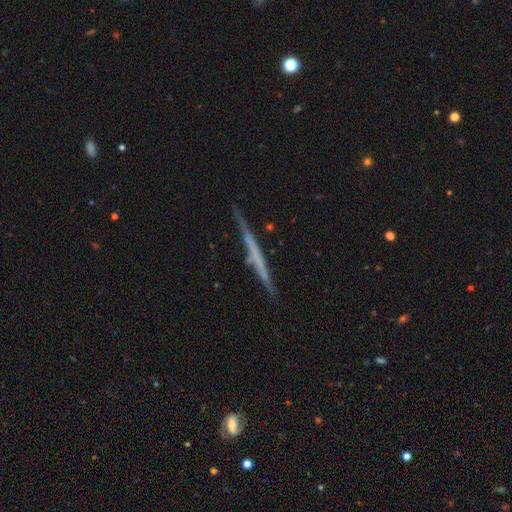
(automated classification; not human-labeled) Smooth or featured?
  - featured or disk: 59% *
  - smooth: 34%
  - star or artifact: 7%
Edge-on disk?
  - yes: 97% *
  - no: 3%
Edge-on bulge?
  - none: 87% *
  - rounded: 7%
  - boxy: 6%
Merging?
  - none: 85% *
  - minor disturbance: 11%
  - major disturbance: 2%
  - merger: 2%